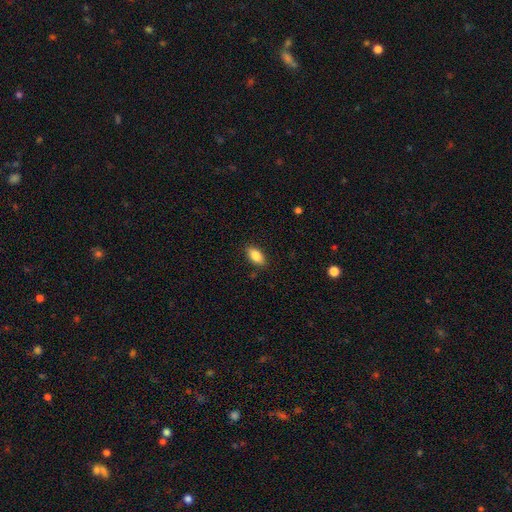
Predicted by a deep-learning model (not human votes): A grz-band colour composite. It shows a smooth galaxy with no disk features (85%) that is in between round and cigar-shaped (90%). Merging: none (86%).